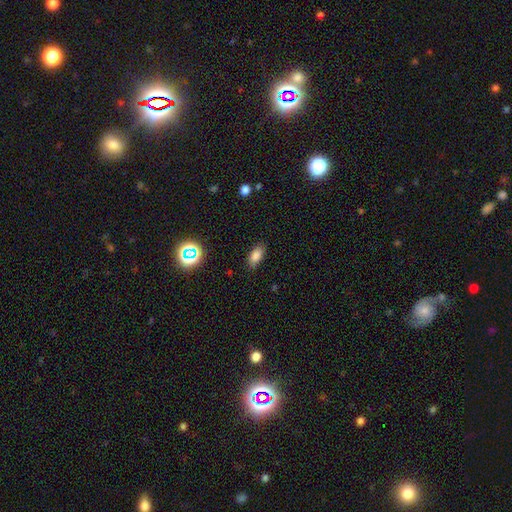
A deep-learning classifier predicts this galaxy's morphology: Q: Smooth or featured?
A: smooth (81%); runner-up: star or artifact (12%)
Q: How rounded?
A: in between (87%); runner-up: cigar-shaped (8%)
Q: Merging?
A: none (86%); runner-up: minor disturbance (10%)